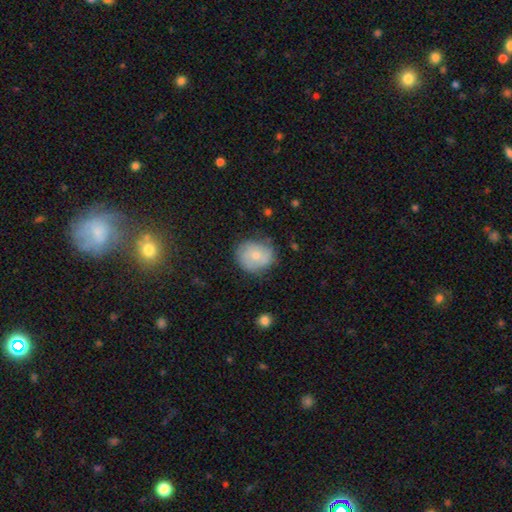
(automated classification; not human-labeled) This appears to be a smooth galaxy with no disk features (57%) that is round (72%). Merging: none (71%).